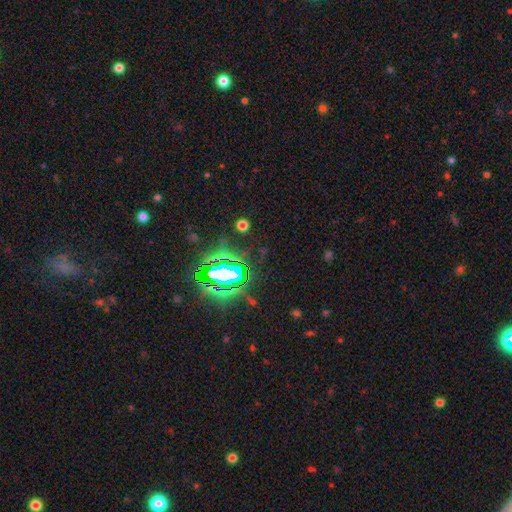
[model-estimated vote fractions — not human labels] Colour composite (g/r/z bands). It shows a star or artifact, not a galaxy (77%).